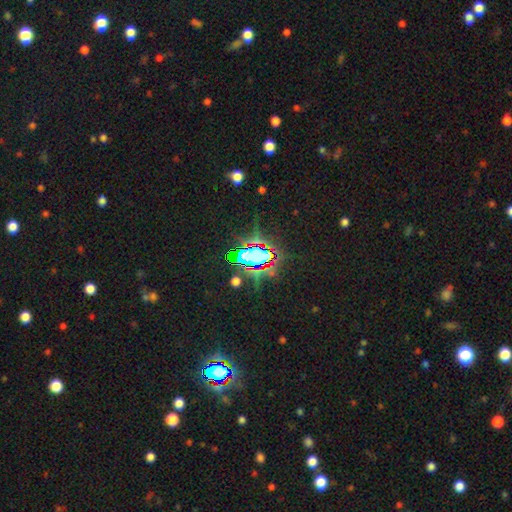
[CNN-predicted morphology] Q: Smooth or featured?
A: star or artifact (71%); runner-up: smooth (17%)